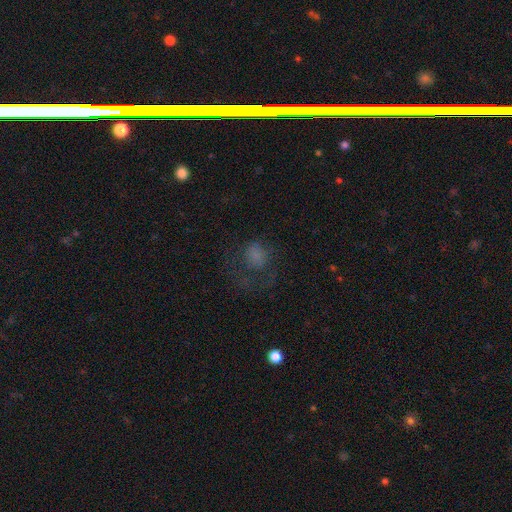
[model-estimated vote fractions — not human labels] Smooth or featured?
  - smooth: 62% *
  - featured or disk: 20%
  - star or artifact: 18%
How rounded?
  - round: 59% *
  - in between: 39%
  - cigar-shaped: 1%
Merging?
  - major disturbance: 42% *
  - none: 37%
  - minor disturbance: 18%
  - merger: 3%